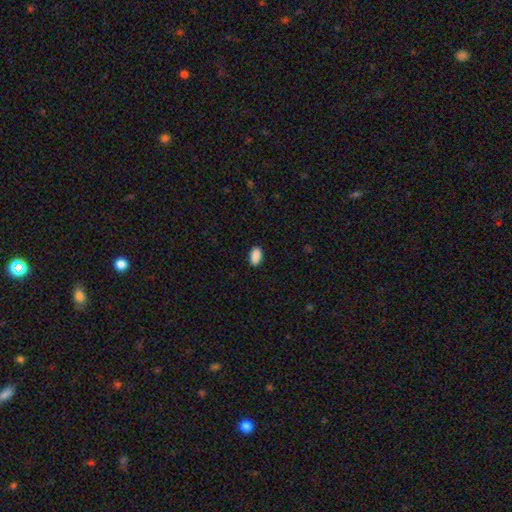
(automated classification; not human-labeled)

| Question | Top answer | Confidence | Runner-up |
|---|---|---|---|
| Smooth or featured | smooth | 90% | star or artifact (7%) |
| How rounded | in between | 93% | cigar-shaped (4%) |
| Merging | none | 88% | minor disturbance (9%) |